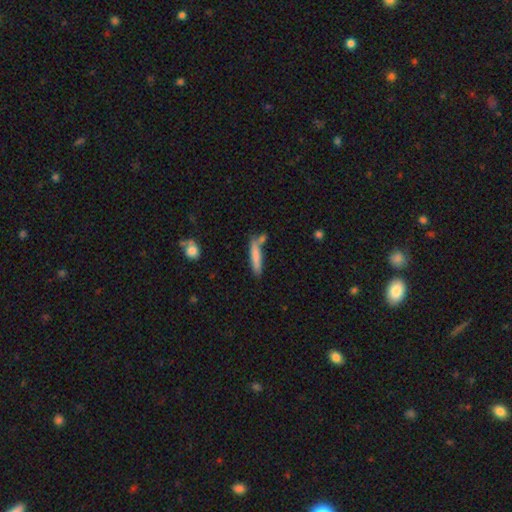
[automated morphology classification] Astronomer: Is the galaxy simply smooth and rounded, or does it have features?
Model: smooth — 77%.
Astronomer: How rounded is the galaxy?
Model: cigar-shaped — 88%.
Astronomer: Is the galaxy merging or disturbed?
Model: none — 66%.